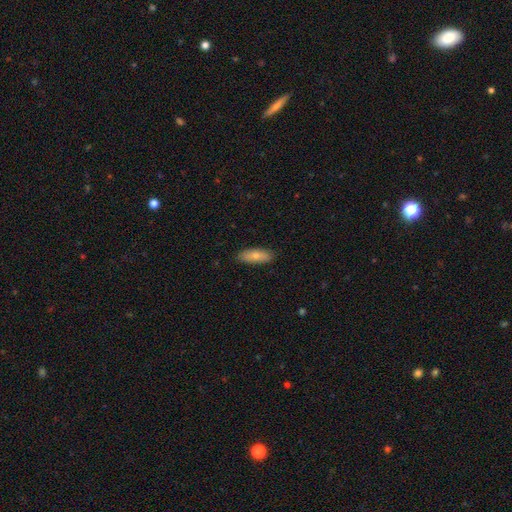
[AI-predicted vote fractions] smooth-or-featured: smooth: 75% | featured or disk: 18% | star or artifact: 6%
  how-rounded: in between: 68% | cigar-shaped: 30% | round: 2%
  merging: none: 85% | minor disturbance: 11% | major disturbance: 2% | merger: 1%